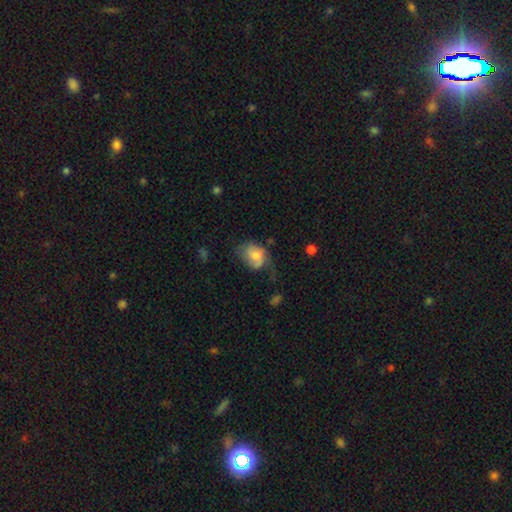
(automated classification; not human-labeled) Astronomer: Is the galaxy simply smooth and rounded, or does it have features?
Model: smooth — 66%.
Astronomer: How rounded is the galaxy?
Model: in between — 66%.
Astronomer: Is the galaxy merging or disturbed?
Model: none — 35% (runner-up: minor disturbance, 34%).